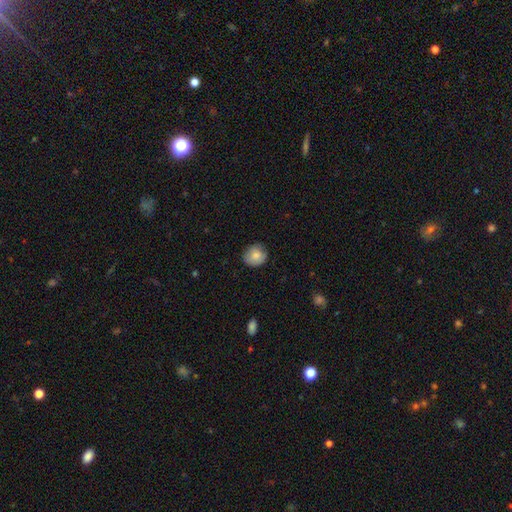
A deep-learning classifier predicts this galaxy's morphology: type=smooth (82%); roundness=round (80%); merging=none (79%).